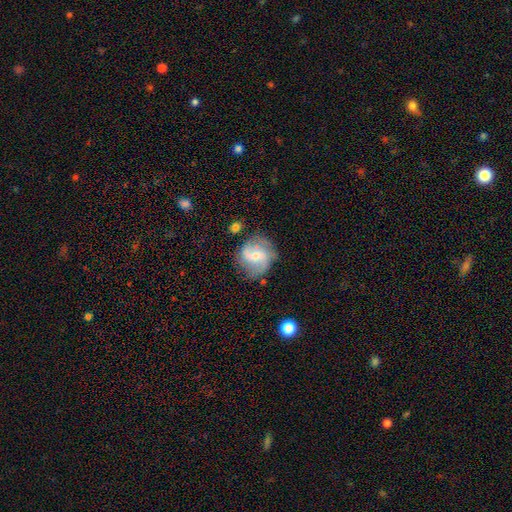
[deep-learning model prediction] A featured or disk galaxy (73%) with no bar (43%, tied with weak), 2 (75%) medium (44%) spiral arms (91%) and a small central bulge (57%). Merging: none (71%).